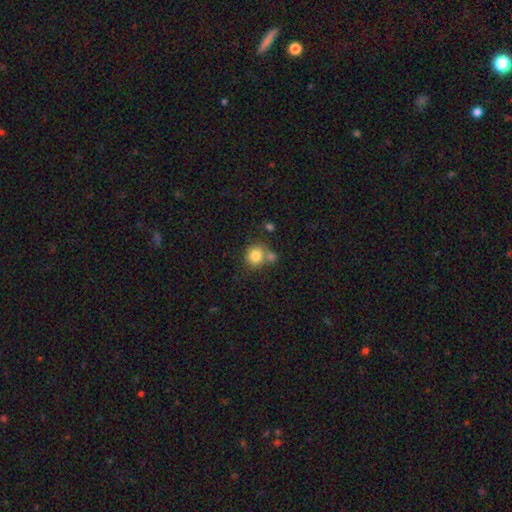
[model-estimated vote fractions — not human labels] The model was most divided on "merging": none: 55%, merger: 31%, minor disturbance: 11%, major disturbance: 4%. More confident: how rounded — round (86%); smooth or featured — smooth (81%).